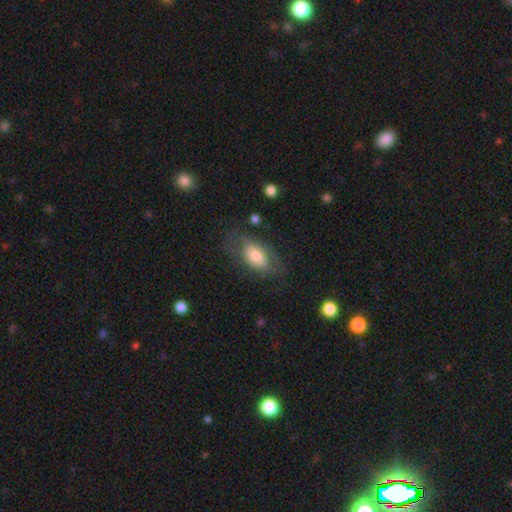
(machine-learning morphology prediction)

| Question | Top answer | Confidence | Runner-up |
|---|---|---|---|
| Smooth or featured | smooth | 63% | featured or disk (29%) |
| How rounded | in between | 89% | round (6%) |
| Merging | none | 59% | minor disturbance (22%) |